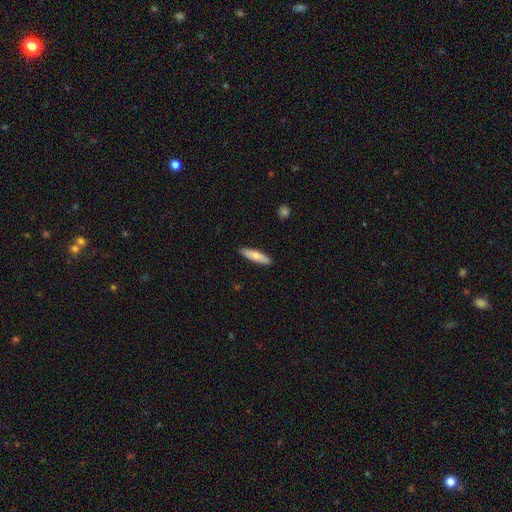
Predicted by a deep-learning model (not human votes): Overall: smooth (75%). How rounded: cigar-shaped (71%). Merging: none (89%).